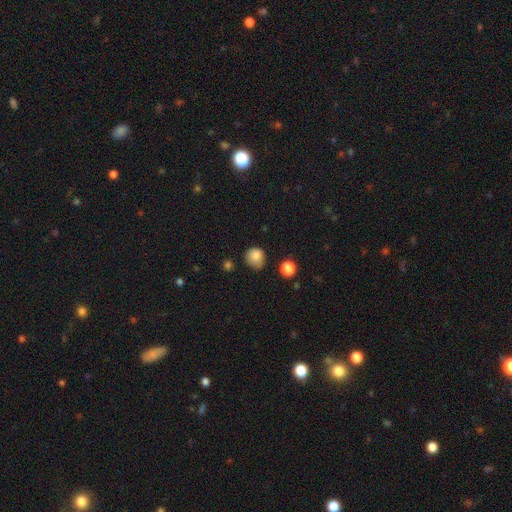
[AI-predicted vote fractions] Smooth or featured?
  - smooth: 83% *
  - star or artifact: 11%
  - featured or disk: 7%
How rounded?
  - round: 85% *
  - in between: 14%
  - cigar-shaped: 1%
Merging?
  - none: 62% *
  - minor disturbance: 29%
  - major disturbance: 6%
  - merger: 3%